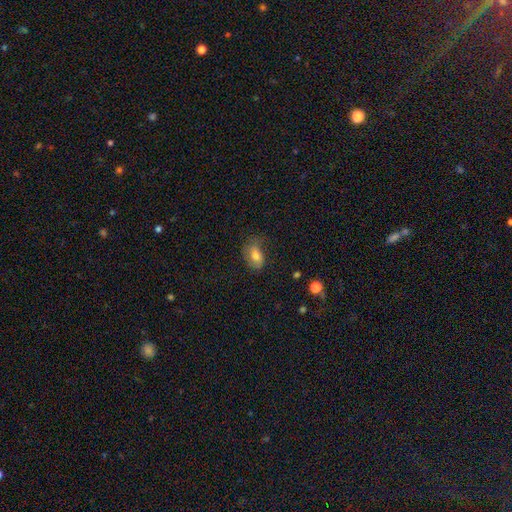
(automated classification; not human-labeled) A smooth galaxy with no disk features (69%) that is in between round and cigar-shaped (88%). Merging: none (53%).